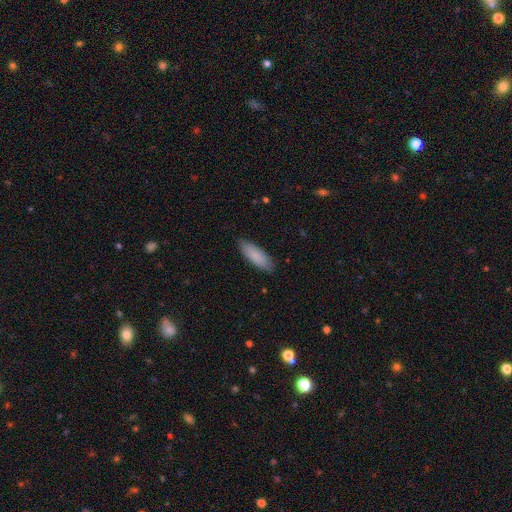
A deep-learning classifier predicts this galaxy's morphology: A smooth galaxy with no disk features (87%) that is in between round and cigar-shaped (59%). Merging: none (85%).